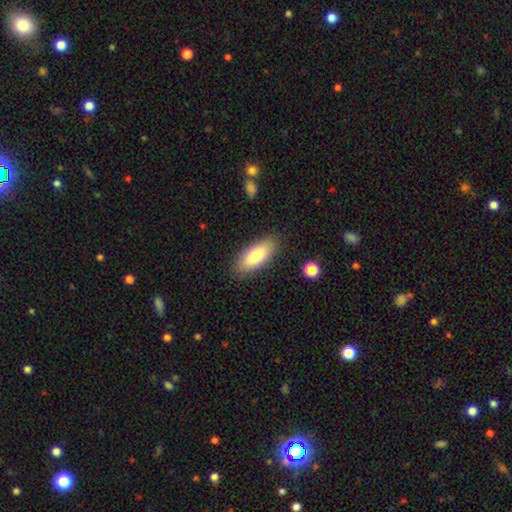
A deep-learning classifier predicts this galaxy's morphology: Smooth or featured: smooth — 80% (featured or disk — 14%)
How rounded: in between — 78% (cigar-shaped — 20%)
Merging: none — 86% (minor disturbance — 10%)